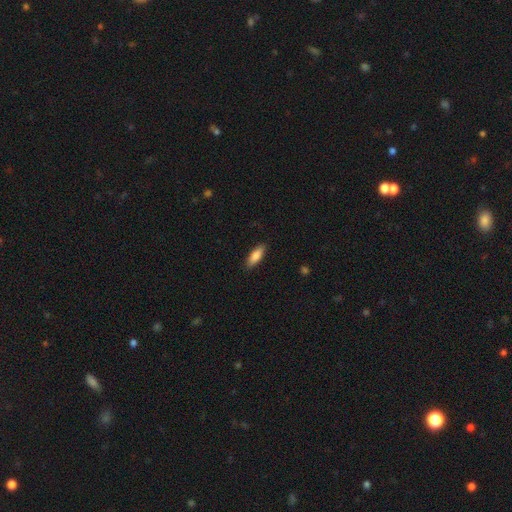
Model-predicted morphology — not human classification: This appears to be a smooth galaxy with no disk features (84%) that is in between round and cigar-shaped (63%). Merging: none (87%).